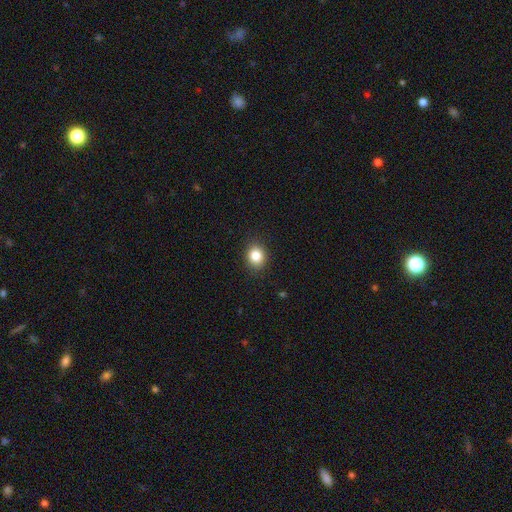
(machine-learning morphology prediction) Smooth or featured?
  - smooth: 84% *
  - star or artifact: 11%
  - featured or disk: 5%
How rounded?
  - round: 71% *
  - in between: 28%
  - cigar-shaped: 1%
Merging?
  - none: 90% *
  - minor disturbance: 7%
  - major disturbance: 2%
  - merger: 1%